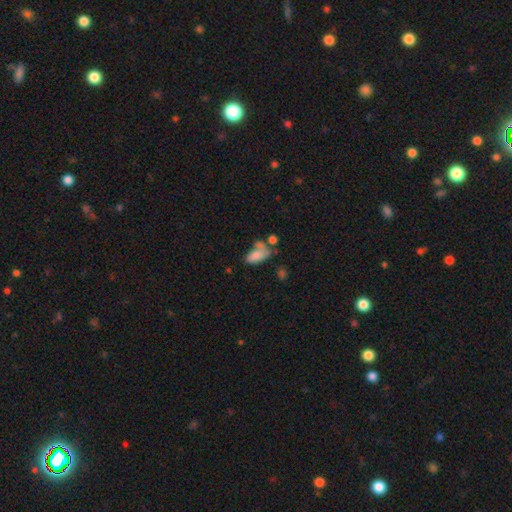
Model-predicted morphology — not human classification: smooth-or-featured: smooth: 75% | featured or disk: 15% | star or artifact: 9%
  how-rounded: in between: 92% | round: 5% | cigar-shaped: 3%
  merging: none: 32% | merger: 31% | minor disturbance: 21% | major disturbance: 17%